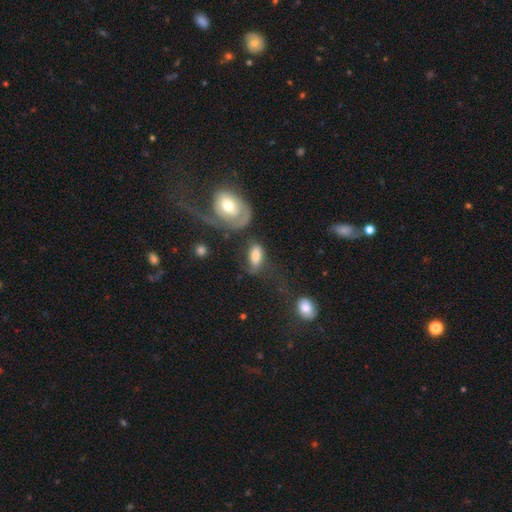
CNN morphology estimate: This appears to be a smooth galaxy with no disk features (68%) that is in between round and cigar-shaped (89%). Merging: none (41%).